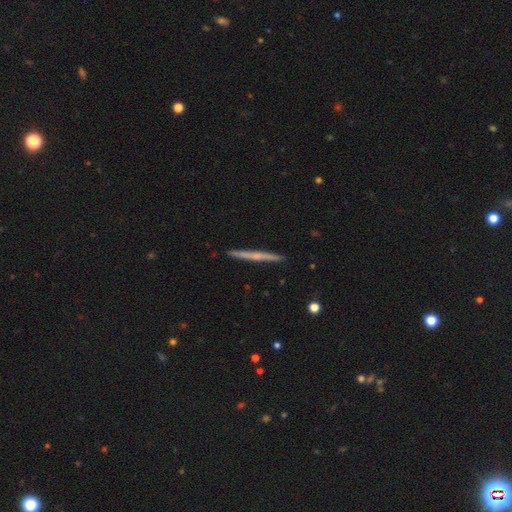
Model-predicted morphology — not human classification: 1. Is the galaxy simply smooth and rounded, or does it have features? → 57% featured or disk, 37% smooth, 6% star or artifact.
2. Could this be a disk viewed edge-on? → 98% yes, 2% no.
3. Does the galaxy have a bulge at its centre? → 62% none, 32% rounded, 5% boxy.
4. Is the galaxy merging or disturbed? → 92% none, 6% minor disturbance, 1% major disturbance, 1% merger.